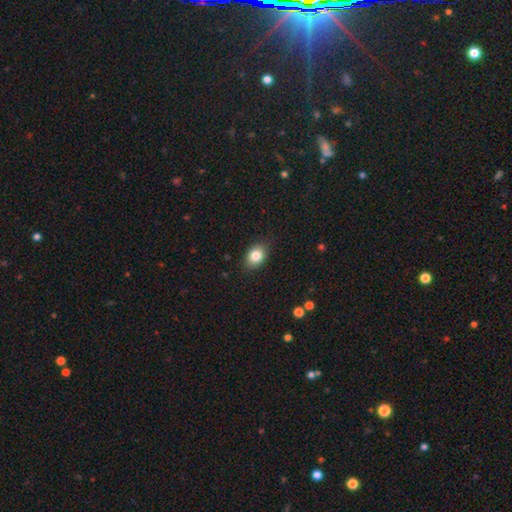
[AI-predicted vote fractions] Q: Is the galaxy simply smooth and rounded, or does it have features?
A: smooth — 83%.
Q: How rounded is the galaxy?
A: in between — 72%.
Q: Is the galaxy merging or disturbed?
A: none — 85%.